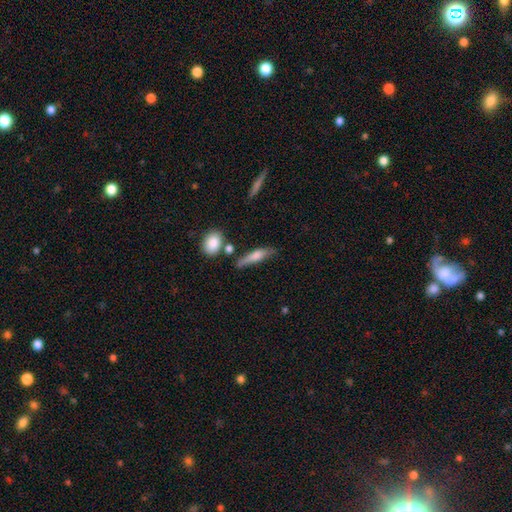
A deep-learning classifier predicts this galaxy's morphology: This is possibly a smooth galaxy (60%). How rounded: likely cigar-shaped (70%). Merging: possibly none (60%).